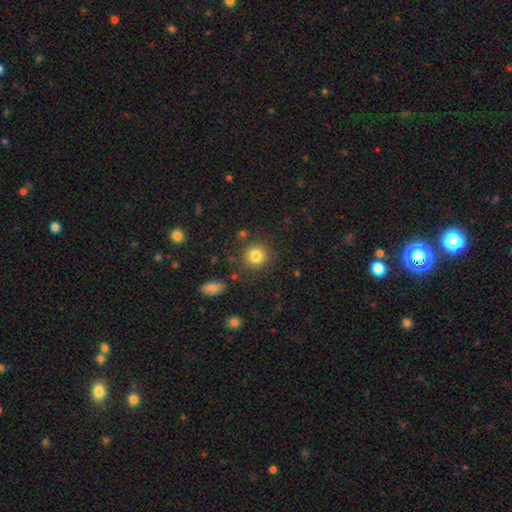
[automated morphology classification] This appears to be a smooth galaxy with no disk features (84%) that is round (90%). Merging: none (84%).